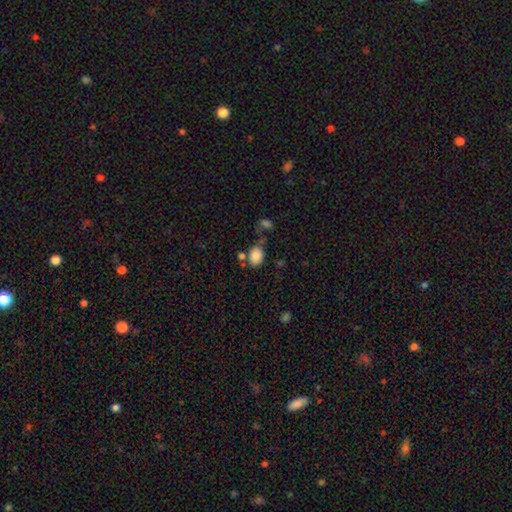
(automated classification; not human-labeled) Q: Smooth or featured?
A: smooth (85%); runner-up: star or artifact (9%)
Q: How rounded?
A: in between (70%); runner-up: round (29%)
Q: Merging?
A: none (58%); runner-up: minor disturbance (19%)